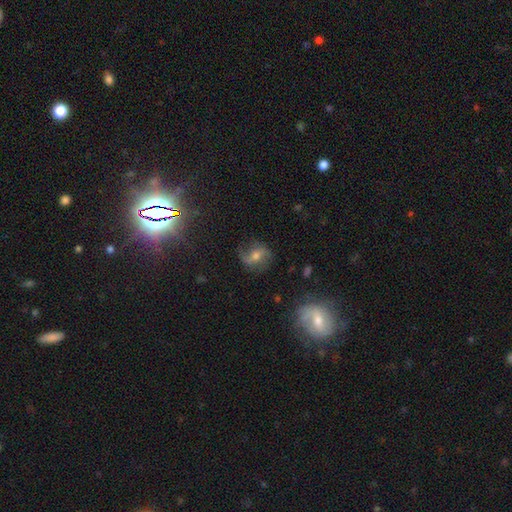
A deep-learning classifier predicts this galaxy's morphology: Smooth or featured? featured or disk (64%)
Edge-on disk? no (95%)
Bar? weak (40%)
Spiral arms? yes (88%)
Spiral winding? loose (50%)
Spiral arm count? 2 (75%)
Bulge size? moderate (62%)
Merging? none (69%)